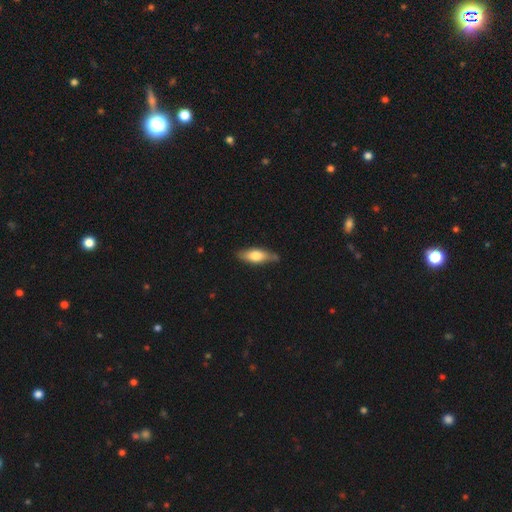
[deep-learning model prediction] Overall: smooth (60%; featured or disk 34%). How rounded: in between (57%; cigar-shaped 41%). Merging: none (78%).